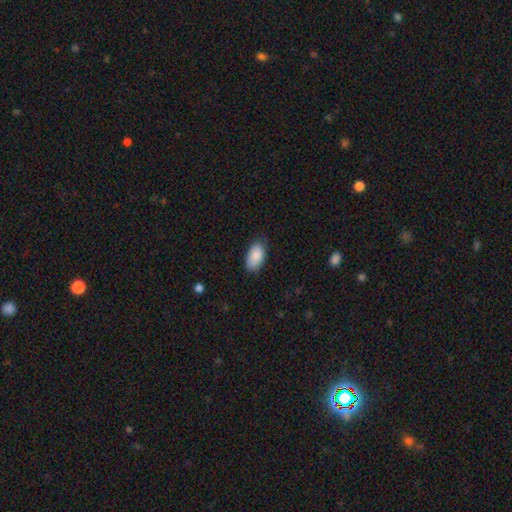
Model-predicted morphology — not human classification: Smooth or featured?
  - smooth: 89% *
  - star or artifact: 6%
  - featured or disk: 4%
How rounded?
  - in between: 95% *
  - round: 3%
  - cigar-shaped: 2%
Merging?
  - none: 78% *
  - minor disturbance: 18%
  - major disturbance: 3%
  - merger: 1%